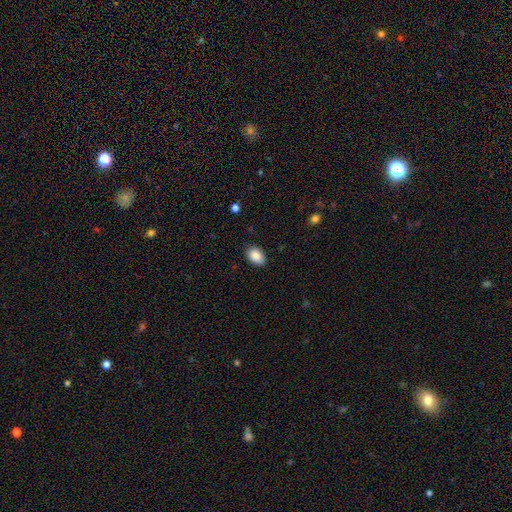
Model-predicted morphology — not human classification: smooth_or_featured: smooth (p=0.88) [alt: star or artifact p=0.07]
how_rounded: in between (p=0.84) [alt: round p=0.15]
merging: none (p=0.86) [alt: minor disturbance p=0.11]